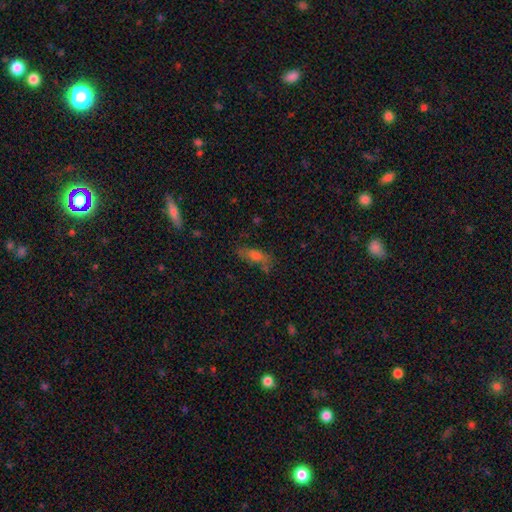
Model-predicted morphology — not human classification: Overall: smooth (57%; featured or disk 26%). How rounded: in between (57%; cigar-shaped 37%). Merging: none (62%).